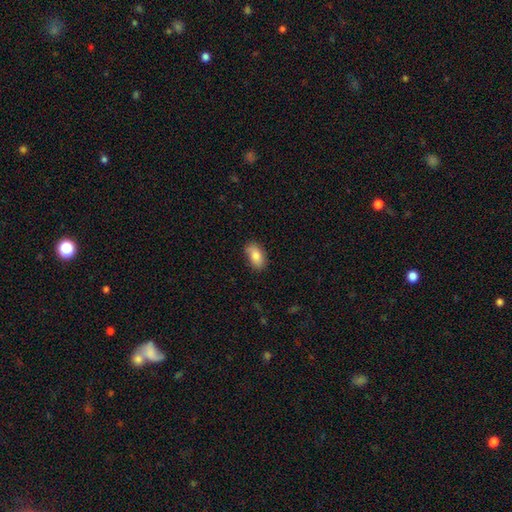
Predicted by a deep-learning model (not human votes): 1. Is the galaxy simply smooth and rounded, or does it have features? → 81% smooth, 11% featured or disk, 7% star or artifact.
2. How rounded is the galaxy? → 91% in between, 5% round, 4% cigar-shaped.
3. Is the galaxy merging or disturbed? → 82% none, 14% minor disturbance, 3% major disturbance, 1% merger.